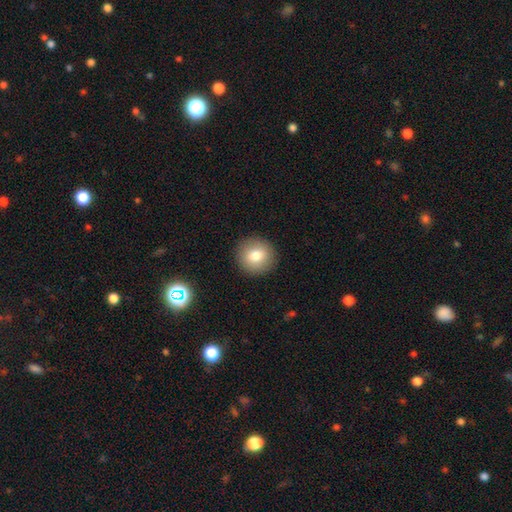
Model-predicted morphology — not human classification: Smooth or featured? Predicted: smooth (p=0.79). How rounded? Predicted: round (p=0.93). Merging? Predicted: none (p=0.92).